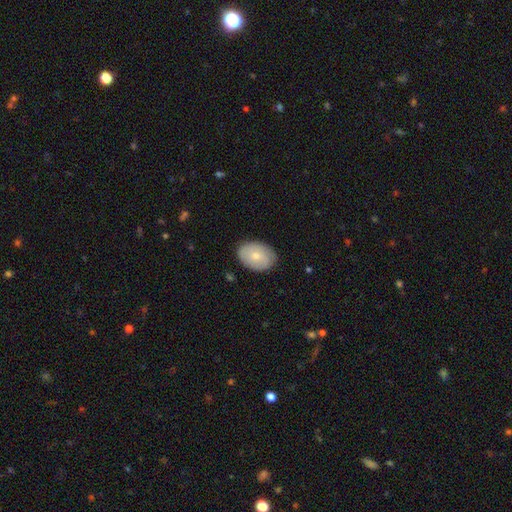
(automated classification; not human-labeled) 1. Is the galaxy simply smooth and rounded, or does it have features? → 65% smooth, 29% featured or disk, 6% star or artifact.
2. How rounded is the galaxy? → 74% in between, 25% round, 1% cigar-shaped.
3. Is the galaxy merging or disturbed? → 81% none, 15% minor disturbance, 3% major disturbance, 1% merger.